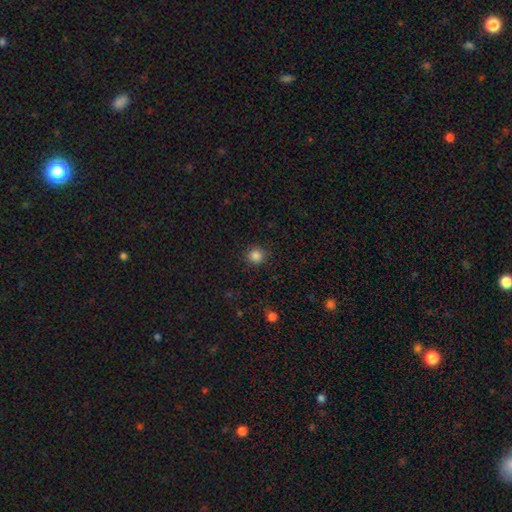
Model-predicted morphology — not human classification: type=smooth (85%); roundness=round (92%); merging=none (90%).